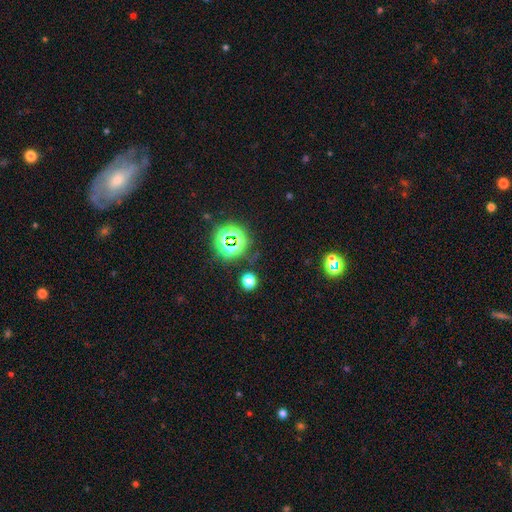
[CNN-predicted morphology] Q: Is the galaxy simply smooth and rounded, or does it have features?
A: star or artifact — 74%.